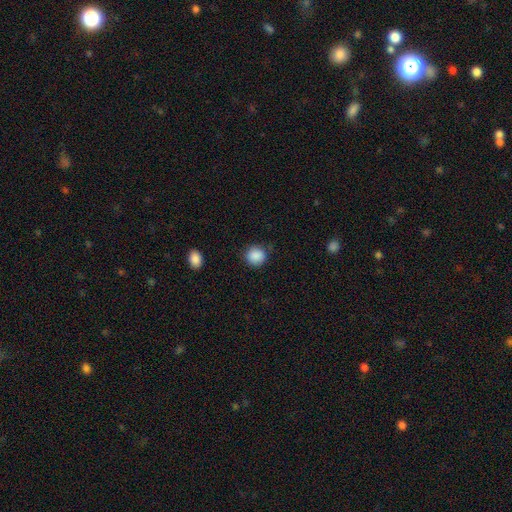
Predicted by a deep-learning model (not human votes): smooth_or_featured: smooth (p=0.89) [alt: star or artifact p=0.08]
how_rounded: round (p=0.89) [alt: in between p=0.10]
merging: none (p=0.82) [alt: minor disturbance p=0.13]